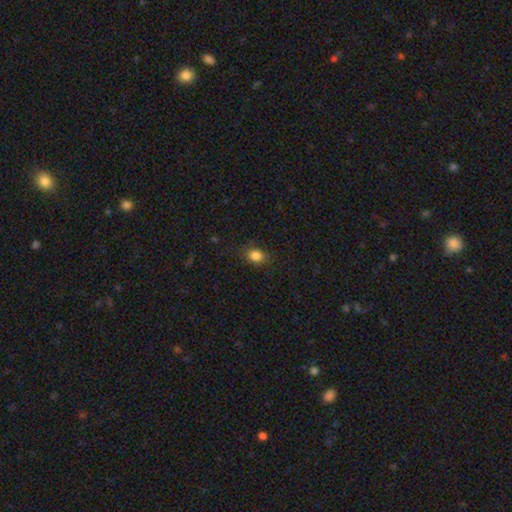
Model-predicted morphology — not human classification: Q: Smooth or featured?
A: smooth (84%); runner-up: star or artifact (11%)
Q: How rounded?
A: in between (54%); runner-up: round (45%)
Q: Merging?
A: none (80%); runner-up: minor disturbance (14%)